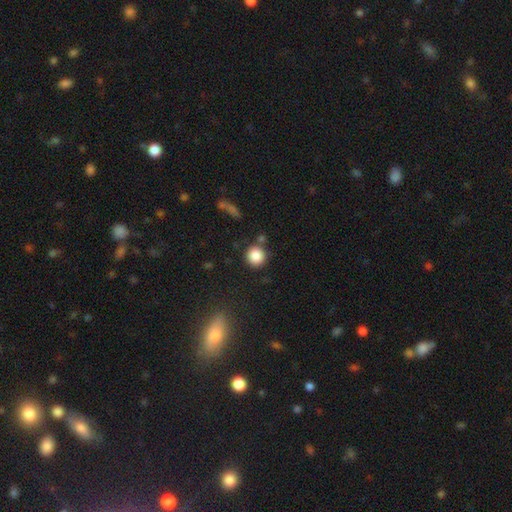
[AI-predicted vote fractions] Morphology: type=smooth (86%); roundness=round (92%); merging=none (80%).